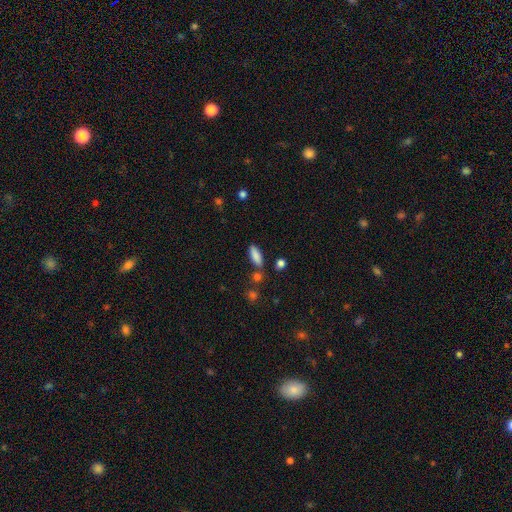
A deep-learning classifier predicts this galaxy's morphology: Smooth or featured?
  - smooth: 85% *
  - star or artifact: 8%
  - featured or disk: 7%
How rounded?
  - in between: 62% *
  - cigar-shaped: 35%
  - round: 3%
Merging?
  - none: 77% *
  - minor disturbance: 12%
  - merger: 7%
  - major disturbance: 3%